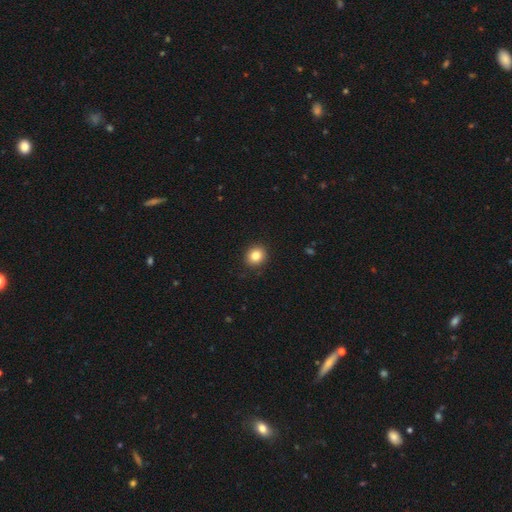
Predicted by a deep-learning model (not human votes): Overall: smooth (84%). How rounded: round (78%). Merging: none (91%).